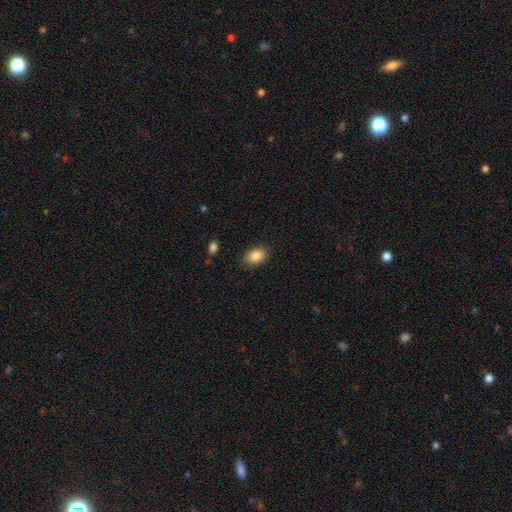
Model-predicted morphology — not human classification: smooth 86%, star or artifact 8%, featured or disk 7%. Down the decision tree: how rounded — in between (85%); merging — none (82%).